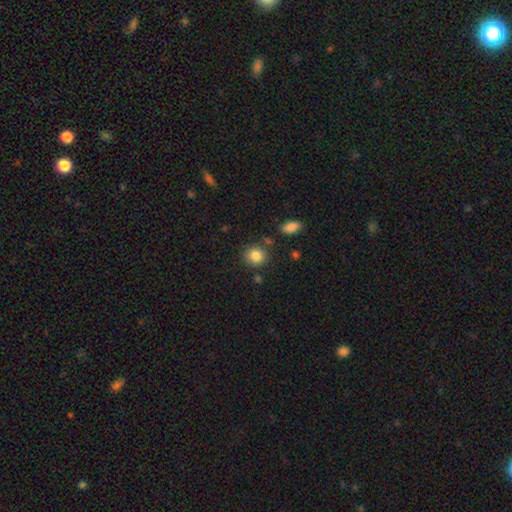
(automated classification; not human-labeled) smooth_or_featured: smooth (p=0.85) [alt: star or artifact p=0.09]
how_rounded: round (p=0.82) [alt: in between p=0.17]
merging: none (p=0.81) [alt: minor disturbance p=0.10]